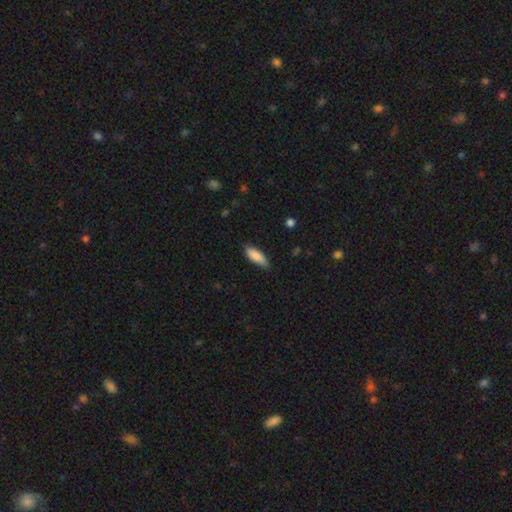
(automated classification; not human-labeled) smooth_or_featured: smooth (p=0.87) [alt: featured or disk p=0.07]
how_rounded: in between (p=0.63) [alt: cigar-shaped p=0.35]
merging: none (p=0.75) [alt: minor disturbance p=0.21]